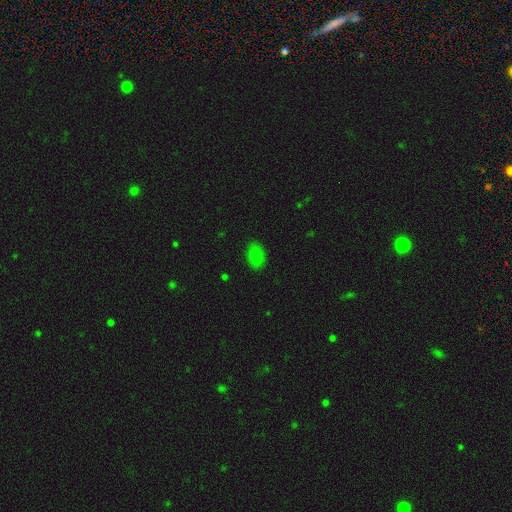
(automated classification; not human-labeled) A smooth galaxy with no disk features (83%) that is in between round and cigar-shaped (87%).

Vote fractions:
- Smooth or featured? smooth: 83% / star or artifact: 13% / featured or disk: 4%
- How rounded? in between: 87% / round: 11% / cigar-shaped: 2%
- Merging? none: 84% / minor disturbance: 12% / major disturbance: 3% / merger: 1%